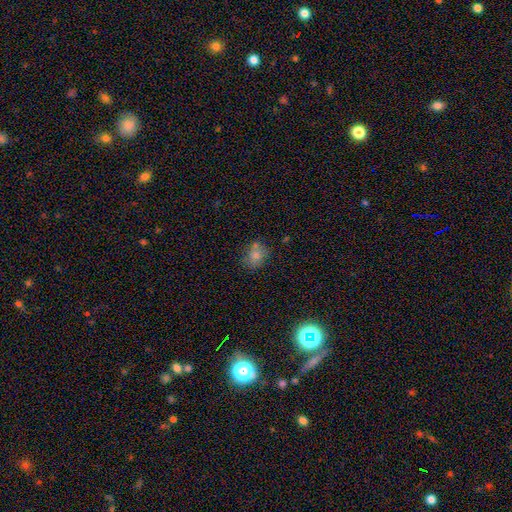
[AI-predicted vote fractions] Q: Smooth or featured?
A: smooth (68%); runner-up: star or artifact (20%)
Q: How rounded?
A: round (56%); runner-up: in between (42%)
Q: Merging?
A: none (65%); runner-up: merger (15%)